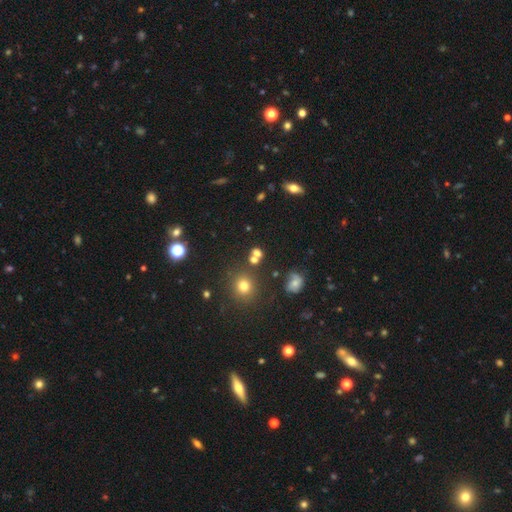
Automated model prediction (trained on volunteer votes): The model was most divided on "smooth or featured": smooth: 63%, star or artifact: 26%, featured or disk: 11%. More confident: how rounded — round (77%); merging — none (61%).